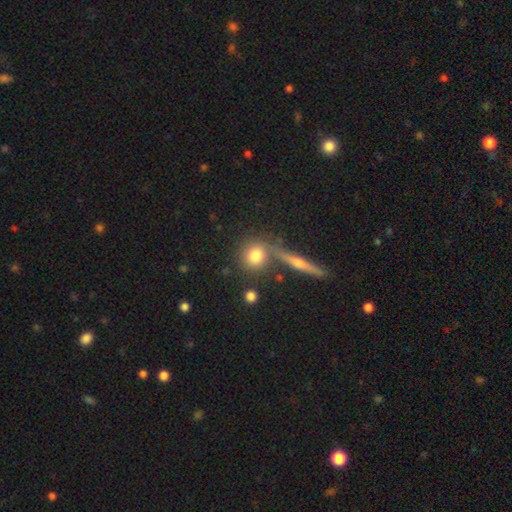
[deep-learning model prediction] A smooth galaxy with no disk features (74%) that is round (83%).

Vote fractions:
- Smooth or featured? smooth: 74% / featured or disk: 15% / star or artifact: 11%
- How rounded? round: 83% / in between: 13% / cigar-shaped: 4%
- Merging? none: 71% / merger: 16% / minor disturbance: 10% / major disturbance: 4%